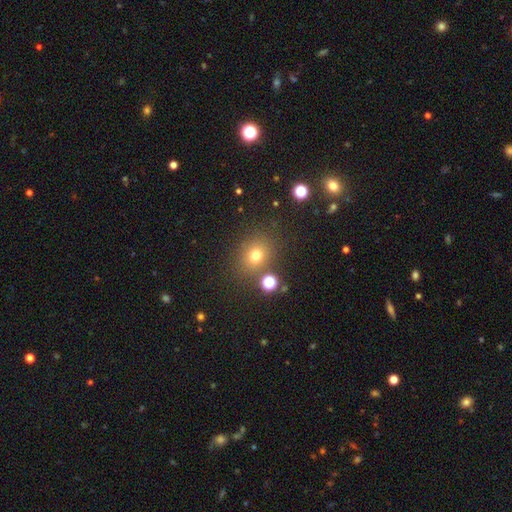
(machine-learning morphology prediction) Smooth or featured: smooth — 72% (star or artifact — 19%)
How rounded: round — 70% (in between — 29%)
Merging: none — 79% (minor disturbance — 10%)